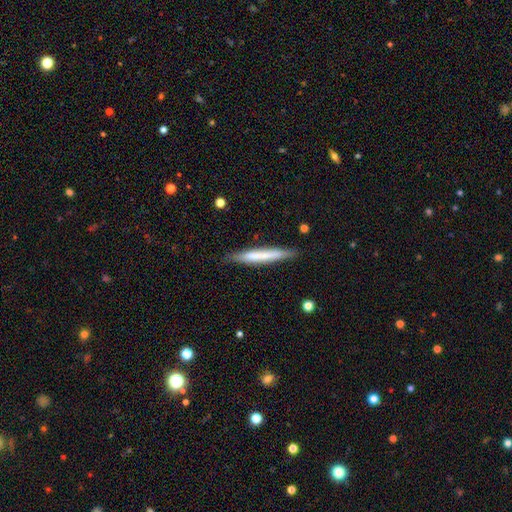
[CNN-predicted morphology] This appears to be a smooth galaxy with no disk features (59%) that is cigar-shaped (95%). Merging: none (84%).